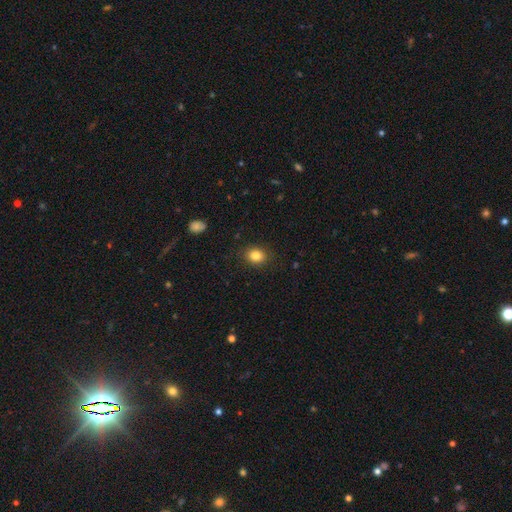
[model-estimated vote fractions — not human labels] Smooth or featured? smooth (84%)
How rounded? in between (53%)
Merging? none (87%)